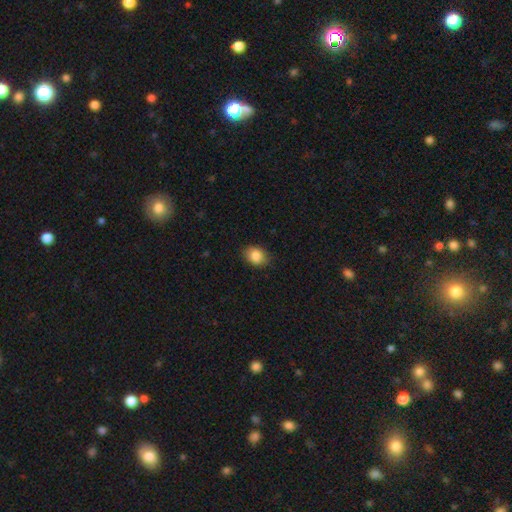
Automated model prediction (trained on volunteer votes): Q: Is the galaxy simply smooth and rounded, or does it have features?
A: smooth — 85%.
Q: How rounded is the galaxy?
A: in between — 63%.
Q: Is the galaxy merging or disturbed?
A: none — 85%.